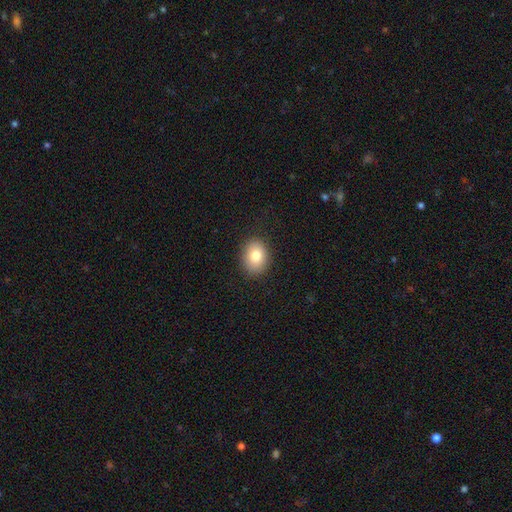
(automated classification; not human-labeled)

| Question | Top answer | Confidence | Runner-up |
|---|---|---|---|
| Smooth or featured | smooth | 82% | featured or disk (9%) |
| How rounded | in between | 59% | round (40%) |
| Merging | none | 88% | minor disturbance (8%) |